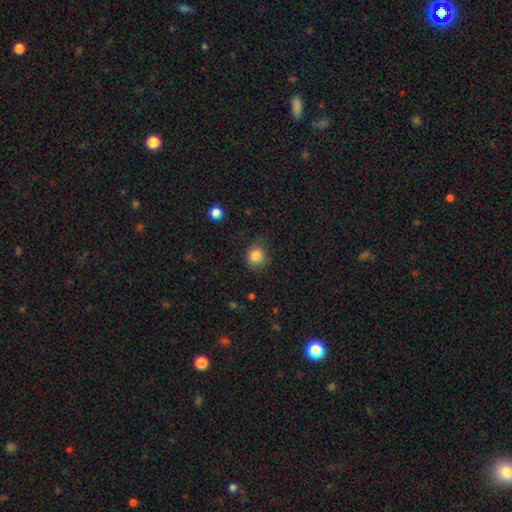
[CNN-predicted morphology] A smooth galaxy with no disk features (84%) that is round (87%). Merging: none (80%).